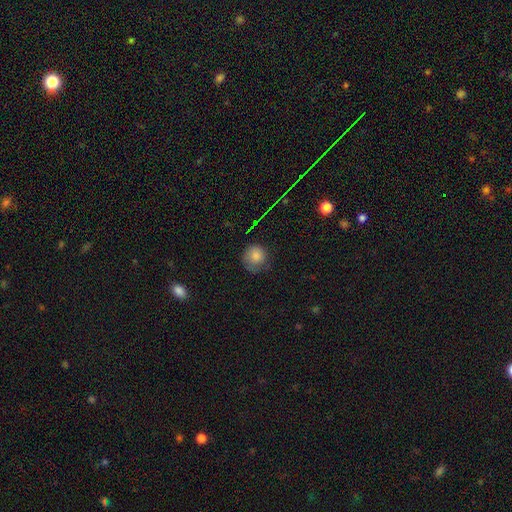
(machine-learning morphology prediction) This is likely a smooth galaxy (79%). How rounded: clearly round (89%). Merging: likely none (63%).